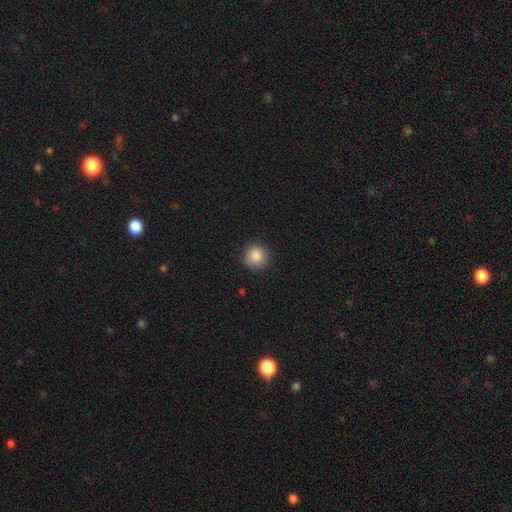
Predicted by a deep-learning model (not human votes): smooth_or_featured: smooth (p=0.87) [alt: star or artifact p=0.09]
how_rounded: round (p=0.92) [alt: in between p=0.07]
merging: none (p=0.87) [alt: minor disturbance p=0.10]